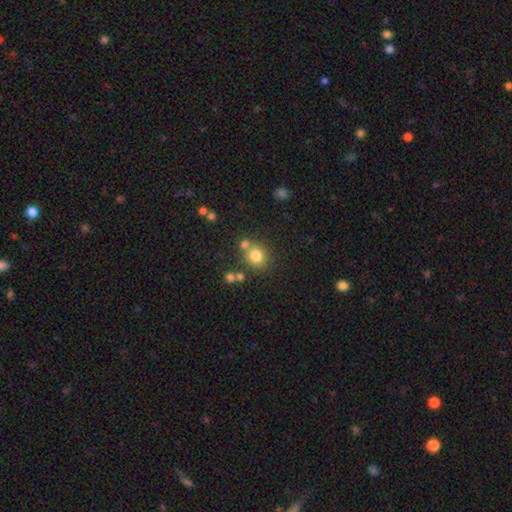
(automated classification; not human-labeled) Q: Smooth or featured?
A: smooth (79%); runner-up: star or artifact (13%)
Q: How rounded?
A: round (85%); runner-up: in between (14%)
Q: Merging?
A: none (67%); runner-up: merger (20%)